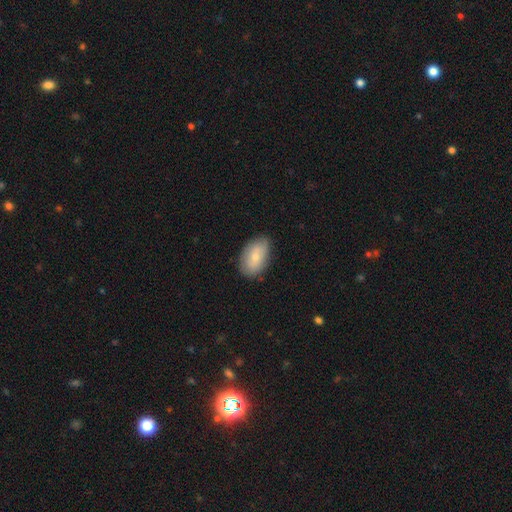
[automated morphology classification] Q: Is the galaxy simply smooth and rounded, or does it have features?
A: smooth — 70%.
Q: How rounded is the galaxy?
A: in between — 91%.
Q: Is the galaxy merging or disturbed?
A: none — 80%.